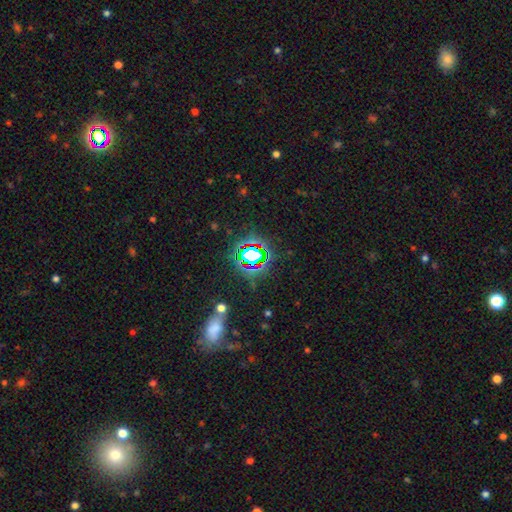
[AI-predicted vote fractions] This appears to be a star or artifact, not a galaxy (73%).